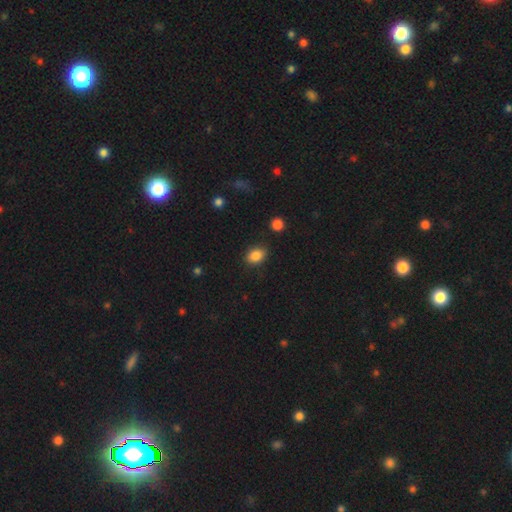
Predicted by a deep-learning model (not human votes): Smooth or featured? Predicted: smooth (p=0.86). How rounded? Predicted: in between (p=0.71). Merging? Predicted: none (p=0.83).